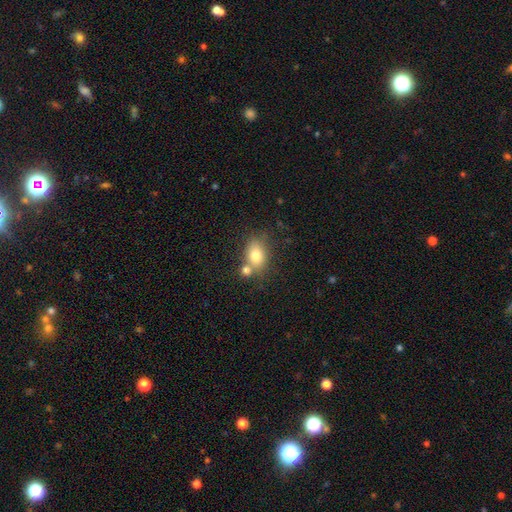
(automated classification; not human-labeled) Q: Smooth or featured?
A: smooth (77%); runner-up: featured or disk (14%)
Q: How rounded?
A: in between (67%); runner-up: round (31%)
Q: Merging?
A: none (50%); runner-up: merger (32%)